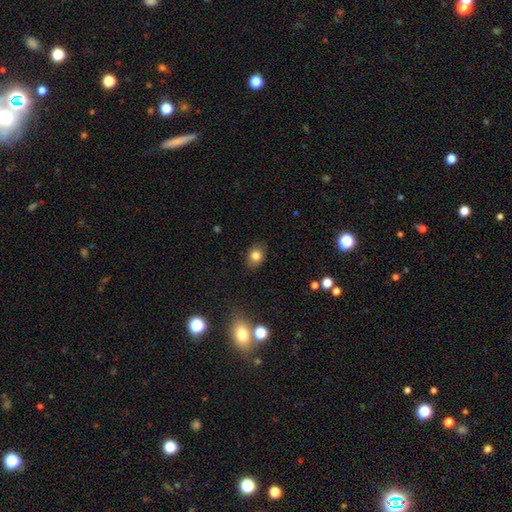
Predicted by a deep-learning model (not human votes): Smooth or featured? Predicted: smooth (p=0.81). How rounded? Predicted: in between (p=0.57). Merging? Predicted: none (p=0.83).